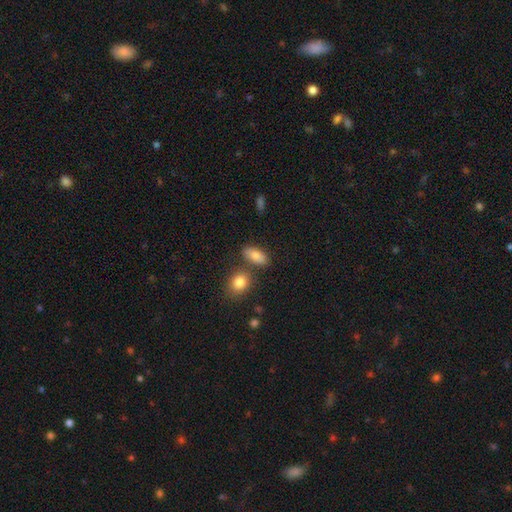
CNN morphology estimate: Smooth or featured: smooth — 82% (featured or disk — 10%)
How rounded: in between — 87% (cigar-shaped — 7%)
Merging: none — 71% (merger — 13%)